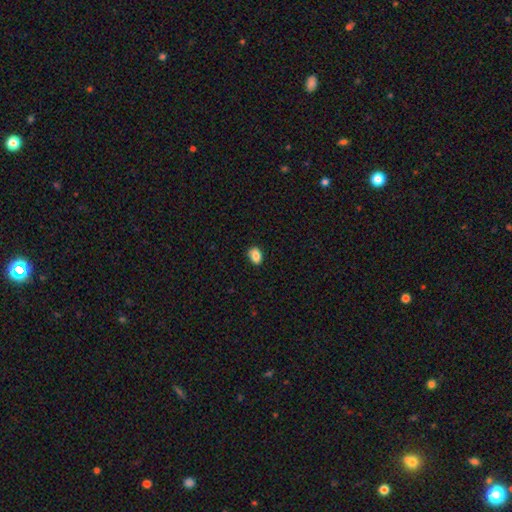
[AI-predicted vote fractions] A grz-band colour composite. It shows a smooth galaxy with no disk features (86%) that is in between round and cigar-shaped (76%). Merging: none (85%).